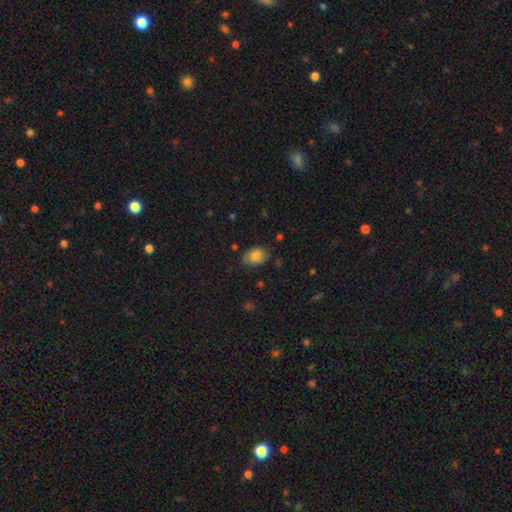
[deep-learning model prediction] A smooth galaxy with no disk features (69%) that is in between round and cigar-shaped (80%). Merging: none (73%).